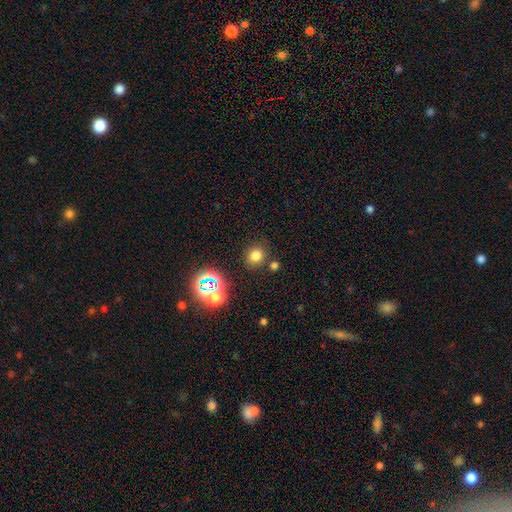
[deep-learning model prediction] Smooth or featured? Predicted: smooth (p=0.74). How rounded? Predicted: round (p=0.78). Merging? Predicted: none (p=0.82).